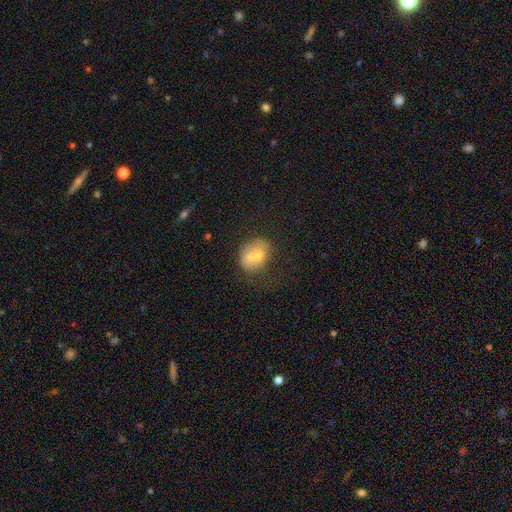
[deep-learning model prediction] Smooth or featured? smooth (66%)
How rounded? in between (51%)
Merging? none (40%)